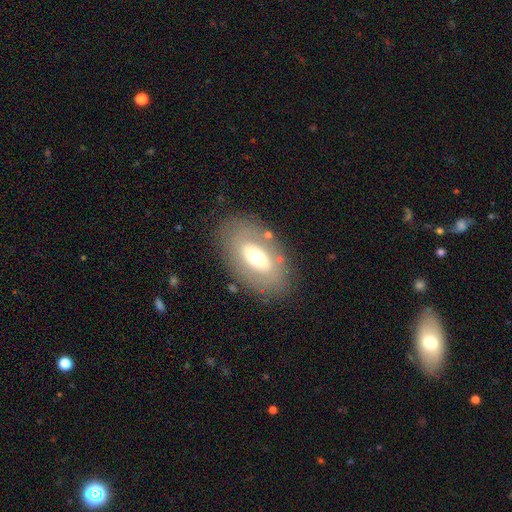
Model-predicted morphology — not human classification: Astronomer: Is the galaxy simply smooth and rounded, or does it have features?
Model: smooth — 51% (runner-up: featured or disk, 41%).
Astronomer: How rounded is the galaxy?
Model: in between — 91%.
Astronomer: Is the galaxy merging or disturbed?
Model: none — 80%.